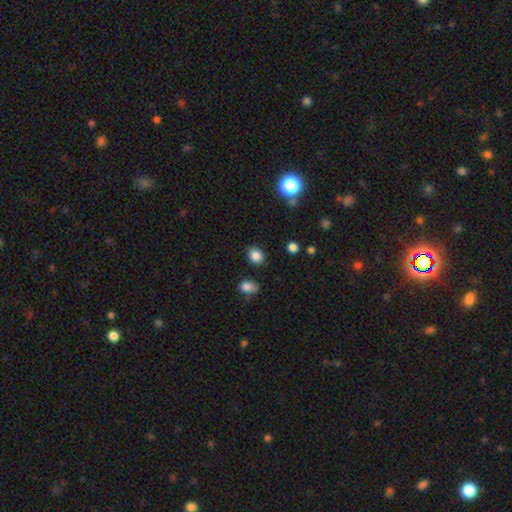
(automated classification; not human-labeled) Smooth or featured?
  - smooth: 85% *
  - star or artifact: 11%
  - featured or disk: 4%
How rounded?
  - round: 68% *
  - in between: 31%
  - cigar-shaped: 1%
Merging?
  - none: 85% *
  - minor disturbance: 10%
  - major disturbance: 3%
  - merger: 3%